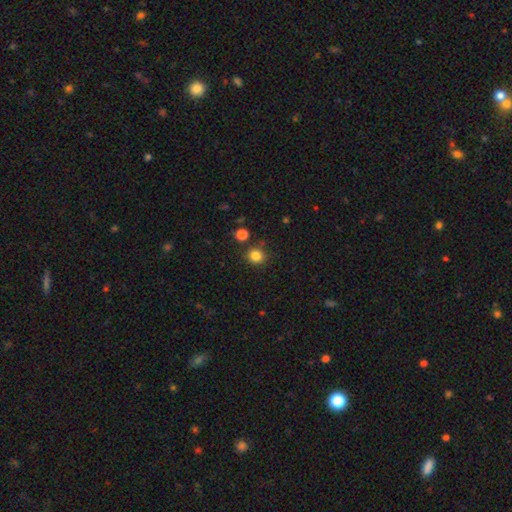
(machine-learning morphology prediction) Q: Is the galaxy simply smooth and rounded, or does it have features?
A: smooth — 83%.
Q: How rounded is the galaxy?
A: round — 88%.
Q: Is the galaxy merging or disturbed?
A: none — 83%.